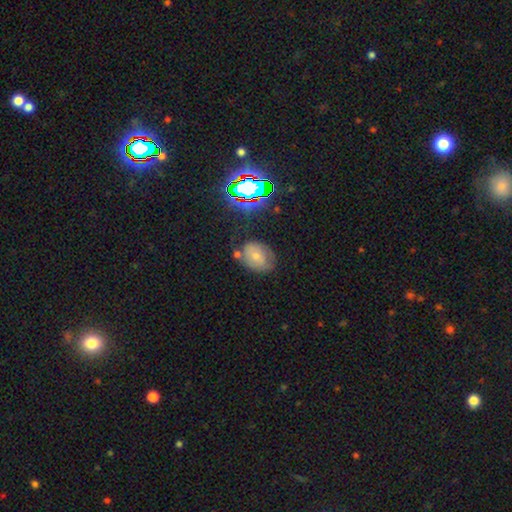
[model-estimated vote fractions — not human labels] A smooth galaxy with no disk features (57%) that is in between round and cigar-shaped (69%).

Vote fractions:
- Smooth or featured? smooth: 57% / featured or disk: 27% / star or artifact: 16%
- How rounded? in between: 69% / round: 30% / cigar-shaped: 1%
- Merging? none: 63% / minor disturbance: 22% / merger: 8% / major disturbance: 7%